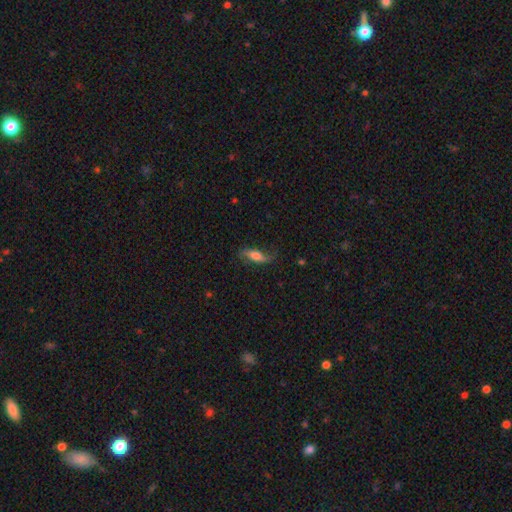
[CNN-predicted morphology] A smooth galaxy with no disk features (46%, tied with featured or disk).

Vote fractions:
- Smooth or featured? smooth: 46% (tied) / featured or disk: 46% (tied) / star or artifact: 8%
- Merging? none: 67% / minor disturbance: 22% / major disturbance: 9% / merger: 2%